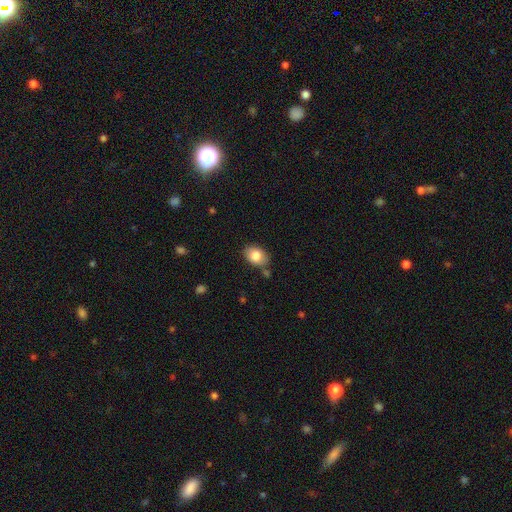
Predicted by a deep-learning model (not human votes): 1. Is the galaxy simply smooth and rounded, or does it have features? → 82% smooth, 10% featured or disk, 8% star or artifact.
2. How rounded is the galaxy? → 78% in between, 21% round, 1% cigar-shaped.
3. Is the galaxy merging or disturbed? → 76% none, 15% minor disturbance, 5% merger, 3% major disturbance.